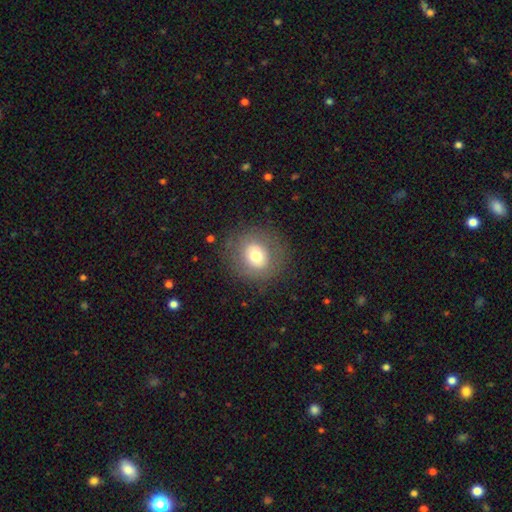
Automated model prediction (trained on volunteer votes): The model was most divided on "smooth or featured": smooth: 65%, featured or disk: 24%, star or artifact: 11%. More confident: how rounded — round (84%); merging — none (81%).